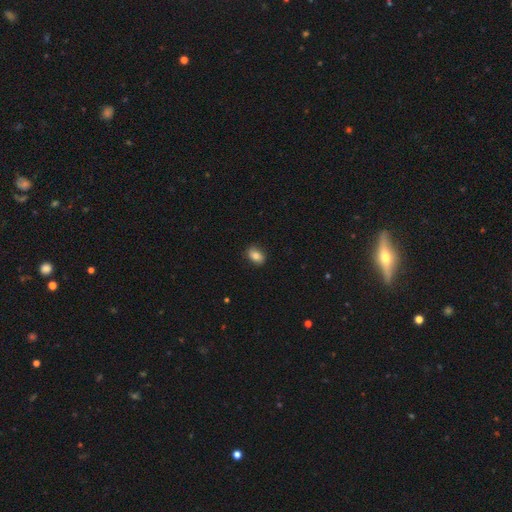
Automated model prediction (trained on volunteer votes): Q: Smooth or featured?
A: smooth (83%); runner-up: star or artifact (9%)
Q: How rounded?
A: in between (83%); runner-up: round (16%)
Q: Merging?
A: none (87%); runner-up: minor disturbance (10%)